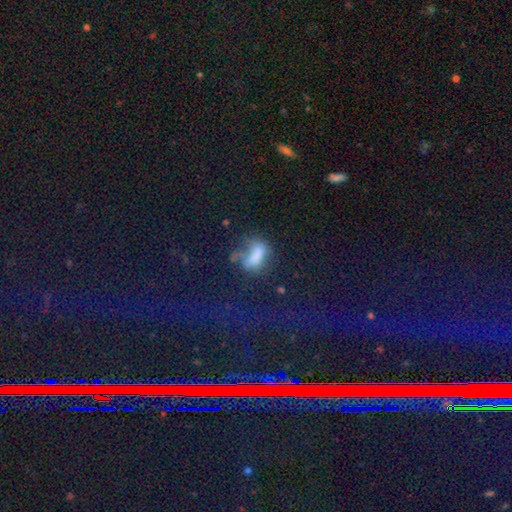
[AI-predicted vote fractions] Smooth or featured?
  - smooth: 56% *
  - featured or disk: 25%
  - star or artifact: 19%
How rounded?
  - in between: 77% *
  - round: 12%
  - cigar-shaped: 11%
Merging?
  - major disturbance: 41% *
  - none: 25%
  - minor disturbance: 21%
  - merger: 13%